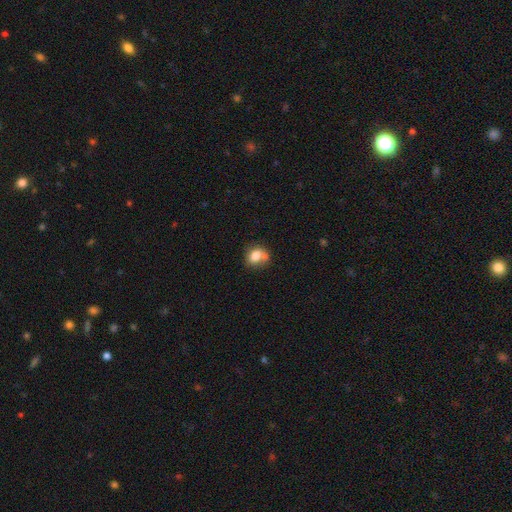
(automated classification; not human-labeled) smooth-or-featured: smooth: 76% | featured or disk: 14% | star or artifact: 10%
  how-rounded: round: 52% | in between: 47% | cigar-shaped: 1%
  merging: none: 44% | minor disturbance: 24% | merger: 22% | major disturbance: 9%